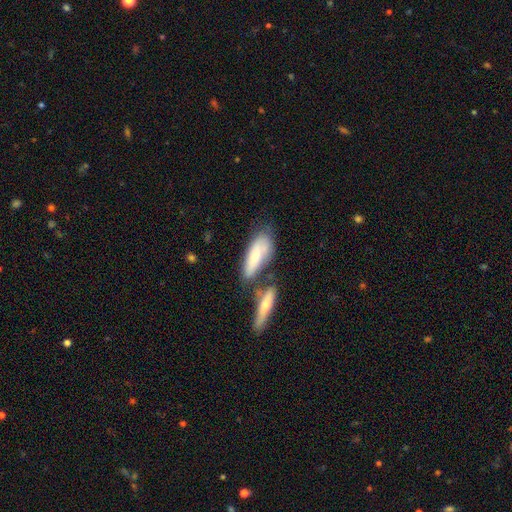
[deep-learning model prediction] Smooth or featured?
  - smooth: 73% *
  - featured or disk: 21%
  - star or artifact: 6%
How rounded?
  - in between: 62% *
  - cigar-shaped: 35%
  - round: 2%
Merging?
  - none: 40% *
  - merger: 29%
  - minor disturbance: 22%
  - major disturbance: 9%